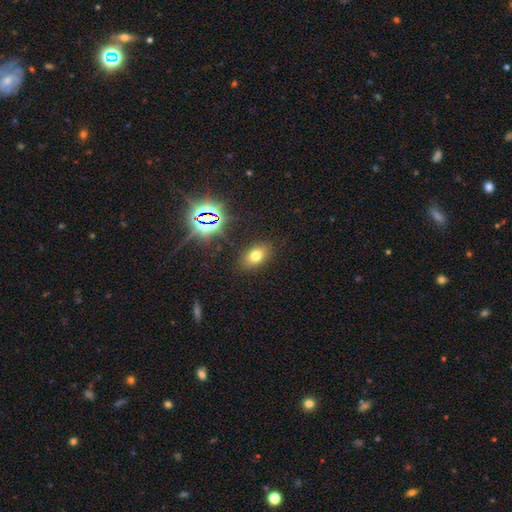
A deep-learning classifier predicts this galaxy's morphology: A smooth galaxy with no disk features (69%) that is in between round and cigar-shaped (82%). Merging: none (85%).